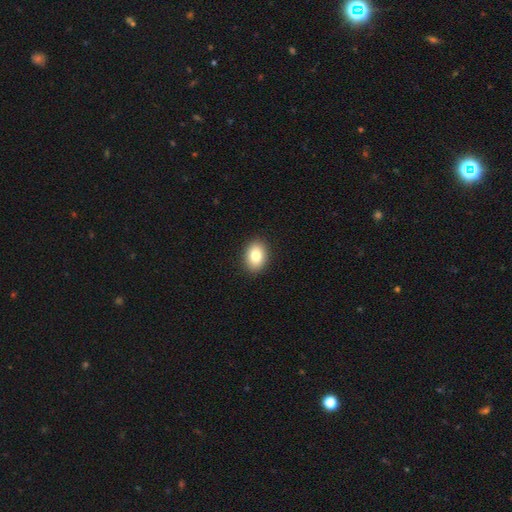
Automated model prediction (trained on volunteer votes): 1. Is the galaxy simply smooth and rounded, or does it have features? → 82% smooth, 10% featured or disk, 9% star or artifact.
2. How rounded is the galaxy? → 70% in between, 29% round, 1% cigar-shaped.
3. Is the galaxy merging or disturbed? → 91% none, 6% minor disturbance, 2% major disturbance, 1% merger.